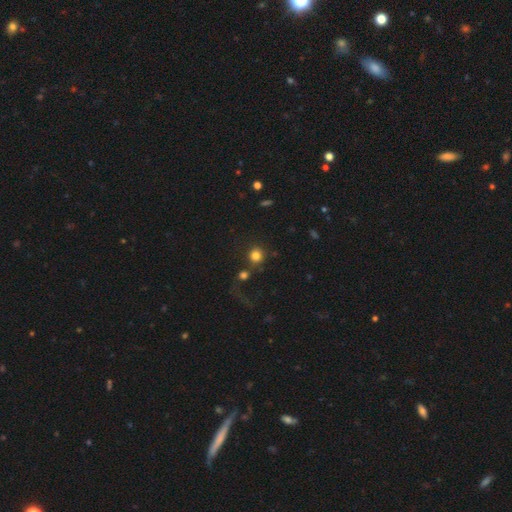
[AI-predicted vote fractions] Morphology: type=smooth (80%); roundness=round (89%); merging=none (67%).